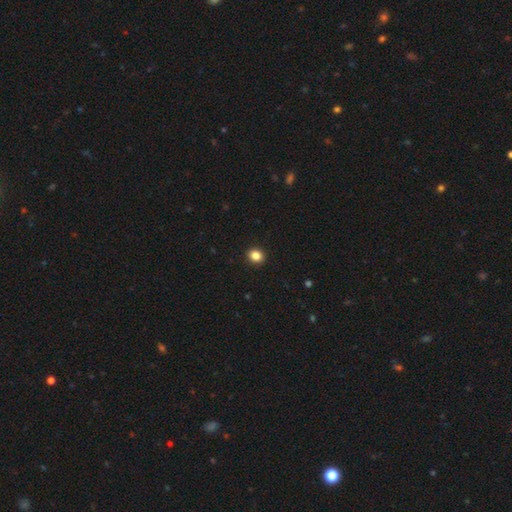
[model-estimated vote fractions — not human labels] A smooth galaxy with no disk features (86%) that is round (73%).

Vote fractions:
- Smooth or featured? smooth: 86% / star or artifact: 10% / featured or disk: 4%
- How rounded? round: 73% / in between: 26% / cigar-shaped: 1%
- Merging? none: 92% / minor disturbance: 5% / major disturbance: 1% / merger: 1%